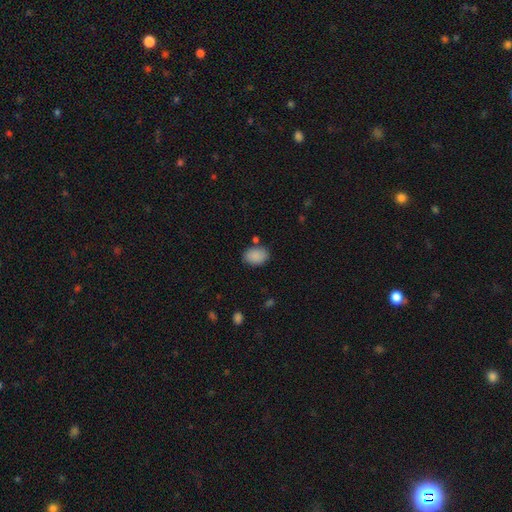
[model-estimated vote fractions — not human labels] Q: Smooth or featured?
A: smooth (88%); runner-up: star or artifact (7%)
Q: How rounded?
A: in between (81%); runner-up: round (18%)
Q: Merging?
A: none (77%); runner-up: minor disturbance (14%)